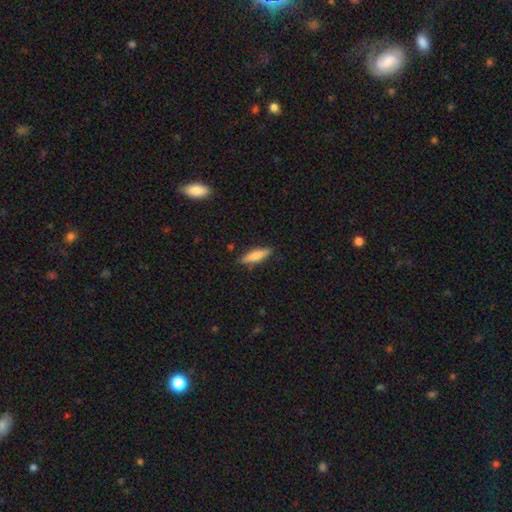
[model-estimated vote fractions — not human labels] smooth_or_featured: smooth (p=0.69) [alt: featured or disk p=0.25]
how_rounded: cigar-shaped (p=0.67) [alt: in between p=0.31]
merging: none (p=0.85) [alt: minor disturbance p=0.11]